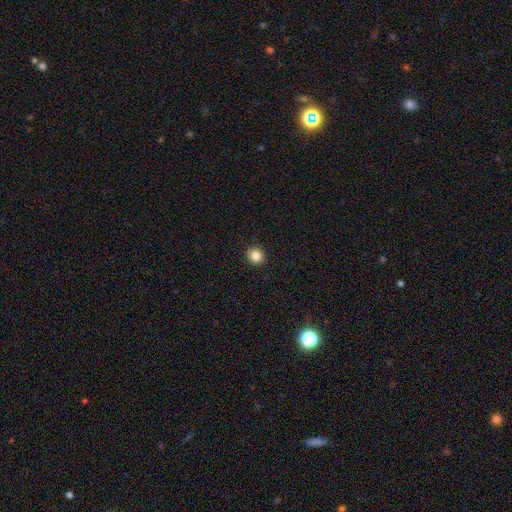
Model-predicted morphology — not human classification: type=smooth (84%); roundness=round (92%); merging=none (93%).